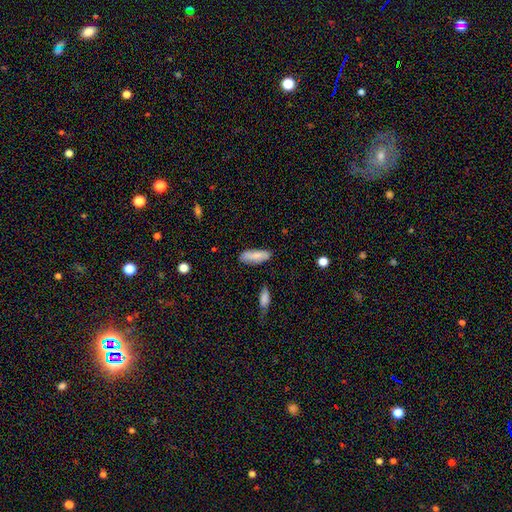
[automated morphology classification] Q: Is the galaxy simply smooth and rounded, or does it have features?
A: smooth — 79%.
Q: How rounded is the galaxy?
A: in between — 65%.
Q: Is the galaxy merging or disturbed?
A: none — 78%.